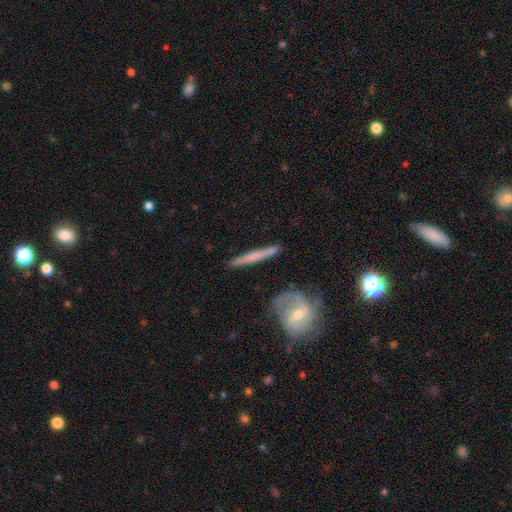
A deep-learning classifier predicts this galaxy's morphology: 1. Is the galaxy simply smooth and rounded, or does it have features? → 50% featured or disk, 44% smooth, 6% star or artifact.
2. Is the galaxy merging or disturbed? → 84% none, 11% minor disturbance, 3% major disturbance, 3% merger.